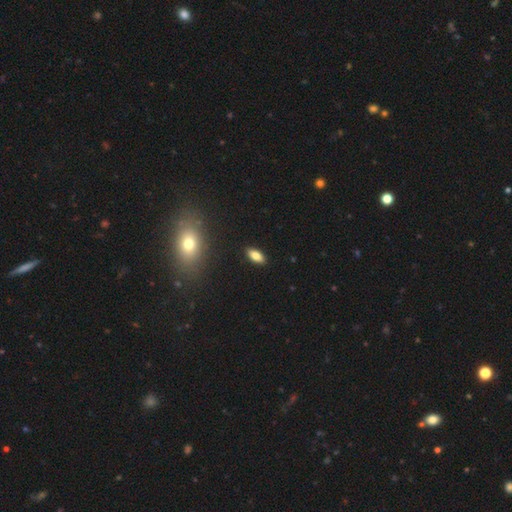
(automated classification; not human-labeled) smooth_or_featured: smooth (p=0.79) [alt: featured or disk p=0.13]
how_rounded: in between (p=0.86) [alt: cigar-shaped p=0.11]
merging: none (p=0.90) [alt: minor disturbance p=0.07]